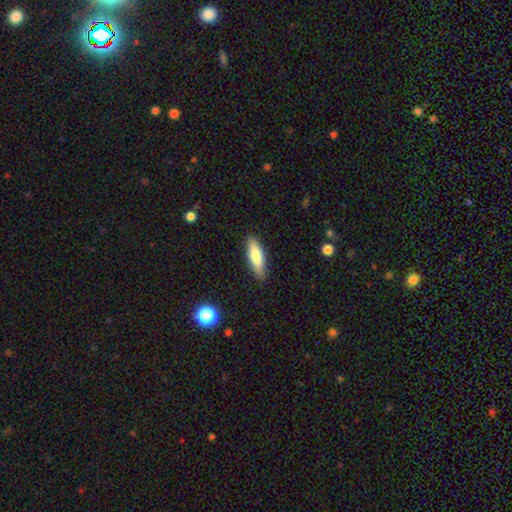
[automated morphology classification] Q: Smooth or featured?
A: smooth (78%); runner-up: featured or disk (16%)
Q: How rounded?
A: cigar-shaped (54%); runner-up: in between (44%)
Q: Merging?
A: none (88%); runner-up: minor disturbance (9%)